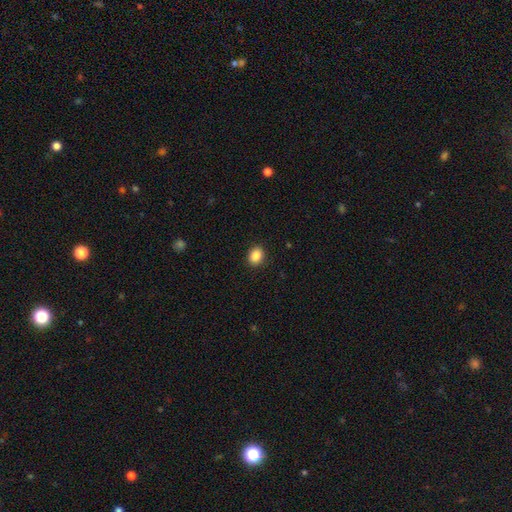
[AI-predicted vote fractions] Smooth or featured? Predicted: smooth (p=0.88). How rounded? Predicted: in between (p=0.50). Merging? Predicted: none (p=0.90).